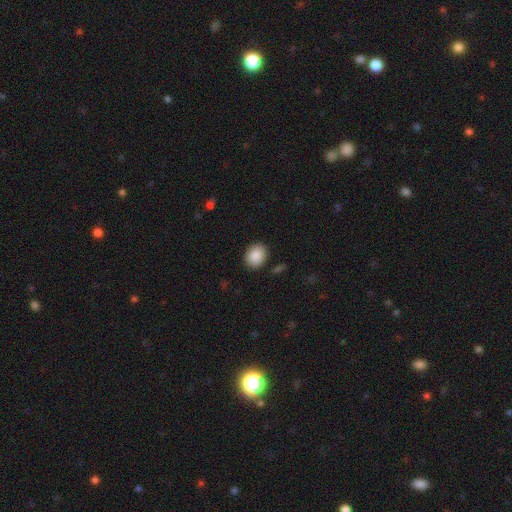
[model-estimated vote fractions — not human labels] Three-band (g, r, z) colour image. It shows a smooth galaxy with no disk features (89%) that is round (50%). Merging: none (88%).